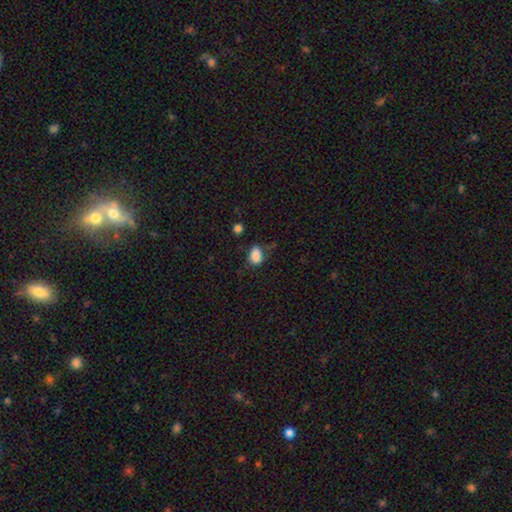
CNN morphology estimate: This is clearly a smooth galaxy (85%). How rounded: likely in between (76%). Merging: likely none (61%).